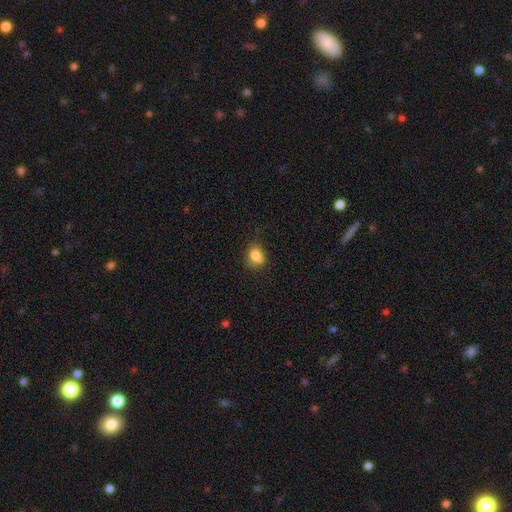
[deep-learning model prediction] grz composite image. It shows a smooth galaxy with no disk features (77%) that is round (54%). Merging: none (48%).